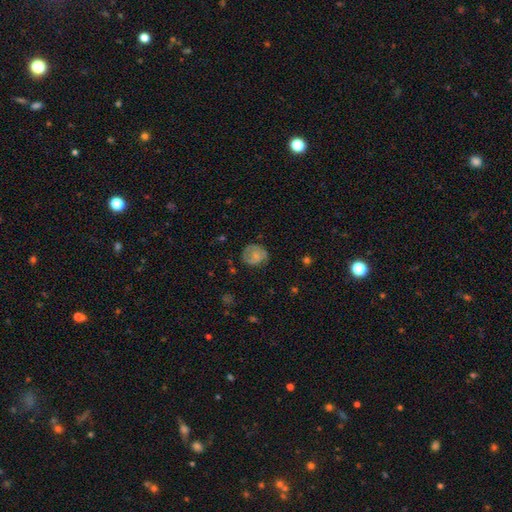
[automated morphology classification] type=smooth (63%); roundness=round (73%); merging=none (63%).